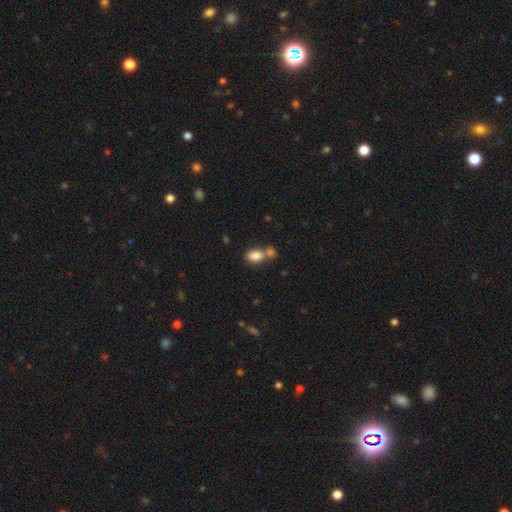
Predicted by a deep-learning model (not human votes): Smooth or featured?
  - smooth: 84% *
  - star or artifact: 9%
  - featured or disk: 7%
How rounded?
  - in between: 86% *
  - round: 12%
  - cigar-shaped: 2%
Merging?
  - none: 46% *
  - merger: 40%
  - minor disturbance: 11%
  - major disturbance: 4%